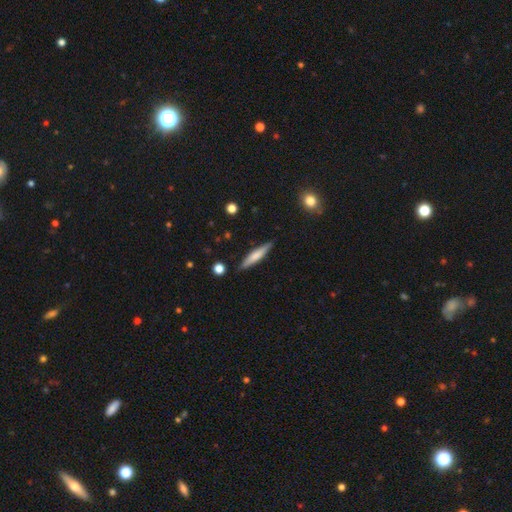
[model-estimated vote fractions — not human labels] This is possibly a smooth galaxy (60%). How rounded: clearly cigar-shaped (89%). Merging: clearly none (88%).